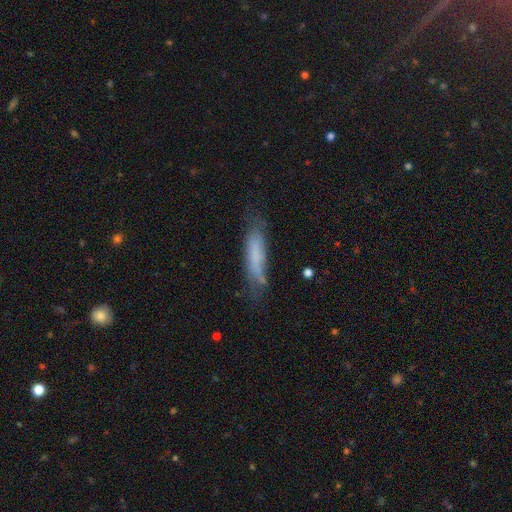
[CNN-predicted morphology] A smooth galaxy with no disk features (62%) that is cigar-shaped (78%). Merging: none (57%).